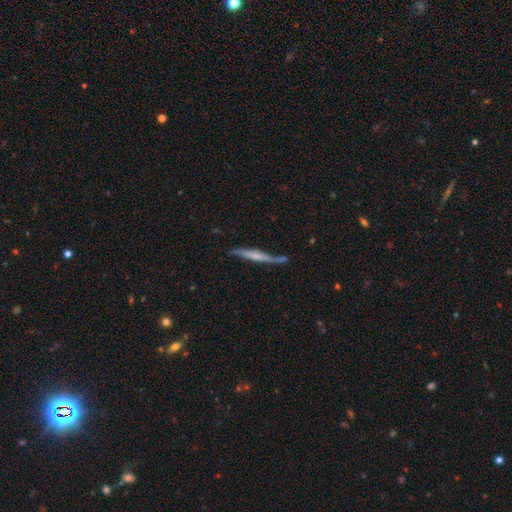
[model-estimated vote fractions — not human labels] featured or disk 56%, smooth 38%, star or artifact 6%. Down the decision tree: edge-on disk — yes (87%); merging — none (63%).